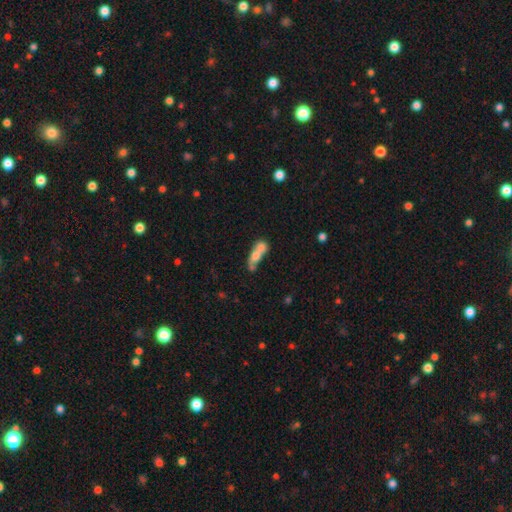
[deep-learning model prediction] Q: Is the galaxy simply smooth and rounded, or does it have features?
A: smooth — 58%.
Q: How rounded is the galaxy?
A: in between — 56%.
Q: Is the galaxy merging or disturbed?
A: merger — 67%.